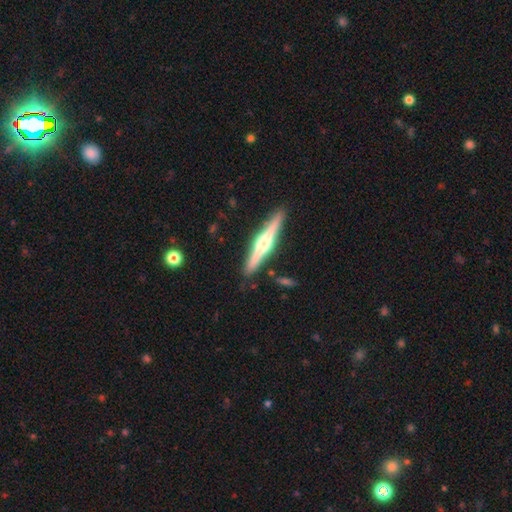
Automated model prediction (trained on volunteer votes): Smooth or featured? Predicted: featured or disk (p=0.72). Edge-on disk? Predicted: yes (p=0.98). Edge-on bulge? Predicted: rounded (p=0.90). Merging? Predicted: none (p=0.88).